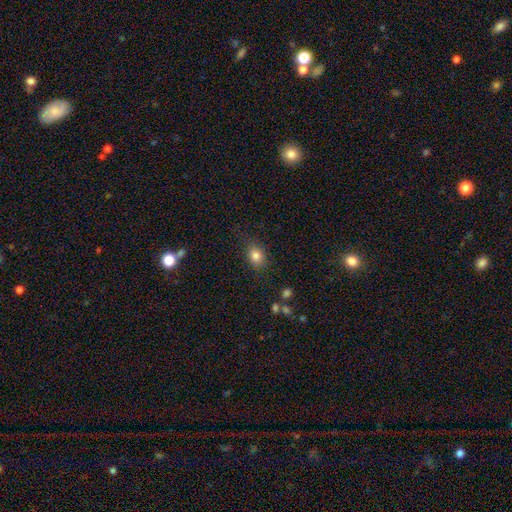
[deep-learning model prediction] This is clearly a smooth galaxy (81%). How rounded: possibly in between (57%). Merging: likely none (77%).